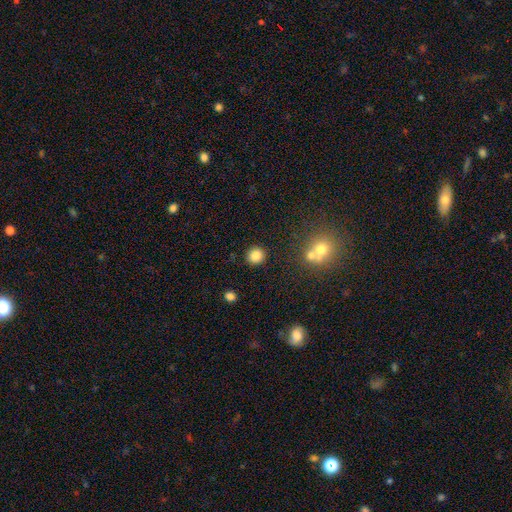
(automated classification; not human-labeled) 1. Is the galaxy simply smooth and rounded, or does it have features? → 84% smooth, 11% star or artifact, 5% featured or disk.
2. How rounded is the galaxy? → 89% round, 10% in between, 1% cigar-shaped.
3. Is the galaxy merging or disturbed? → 87% none, 6% minor disturbance, 4% merger, 2% major disturbance.